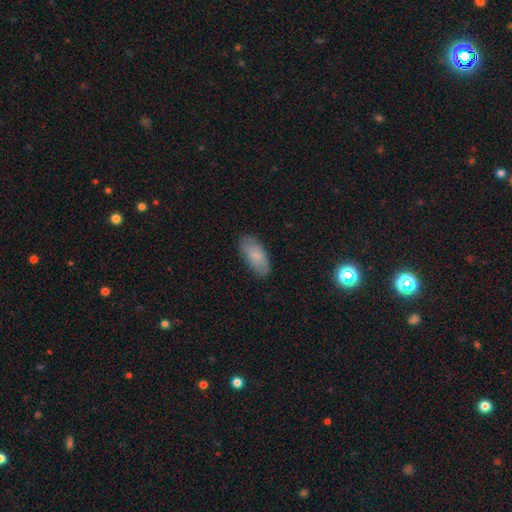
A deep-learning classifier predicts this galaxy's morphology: type=smooth (83%); roundness=in between (89%); merging=none (85%).